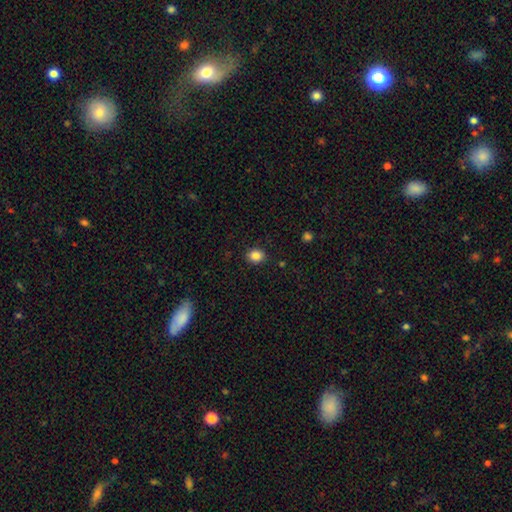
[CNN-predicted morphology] This is clearly a smooth galaxy (85%). How rounded: possibly round (53%). Merging: clearly none (88%).